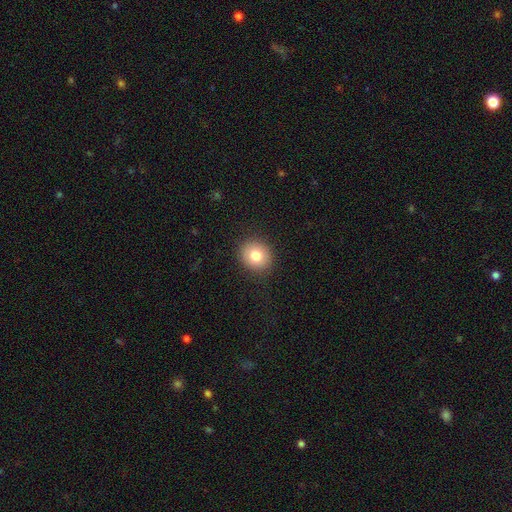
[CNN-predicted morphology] smooth-or-featured: smooth: 80% | featured or disk: 10% | star or artifact: 9%
  how-rounded: round: 80% | in between: 19% | cigar-shaped: 1%
  merging: none: 90% | minor disturbance: 7% | major disturbance: 2% | merger: 1%